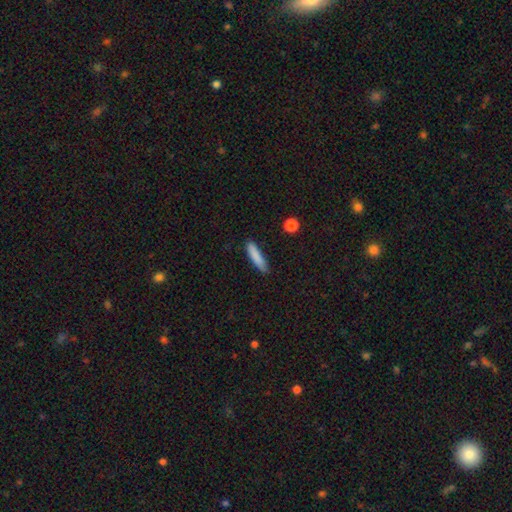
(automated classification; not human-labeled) smooth_or_featured: smooth (p=0.84) [alt: featured or disk p=0.09]
how_rounded: cigar-shaped (p=0.84) [alt: in between p=0.15]
merging: none (p=0.83) [alt: minor disturbance p=0.13]